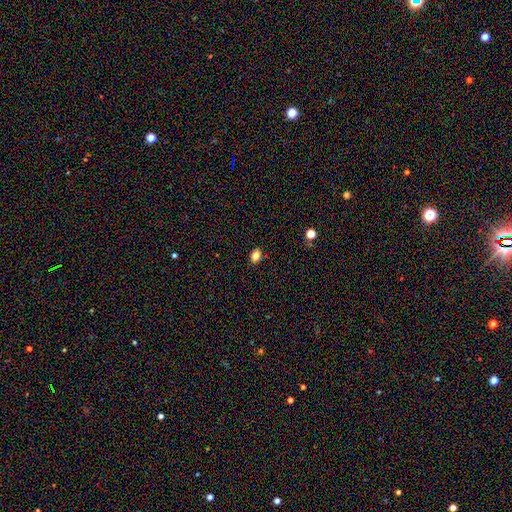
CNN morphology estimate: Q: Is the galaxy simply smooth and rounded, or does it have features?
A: smooth — 82%.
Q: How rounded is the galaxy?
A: in between — 76%.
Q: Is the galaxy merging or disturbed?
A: none — 88%.